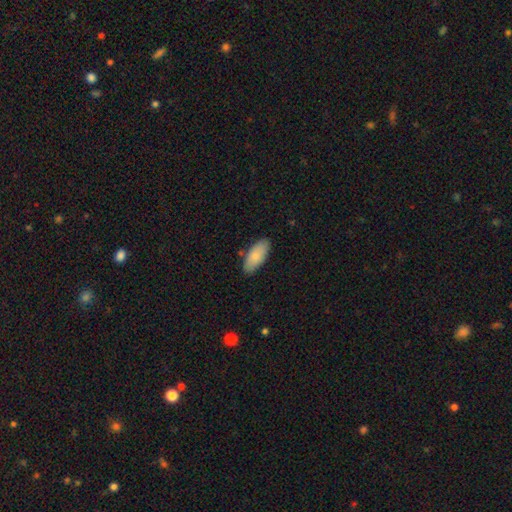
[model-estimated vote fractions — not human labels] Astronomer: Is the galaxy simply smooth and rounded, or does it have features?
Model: smooth — 84%.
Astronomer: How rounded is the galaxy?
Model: in between — 88%.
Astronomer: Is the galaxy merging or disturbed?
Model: none — 84%.